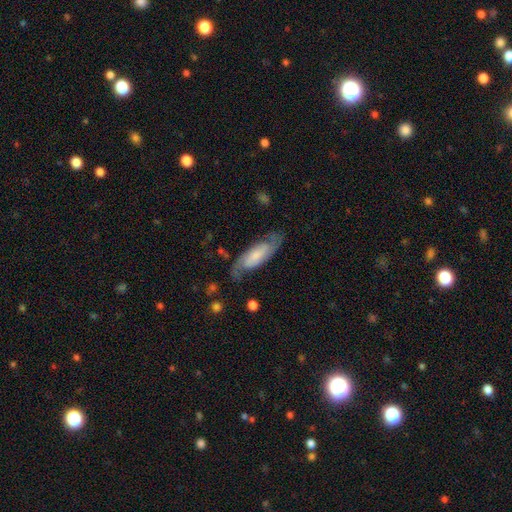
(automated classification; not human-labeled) Smooth or featured? Predicted: featured or disk (p=0.69). Edge-on disk? Predicted: no (p=0.87). Bar? Predicted: no (p=0.51). Spiral arms? Predicted: yes (p=0.93). Spiral winding? Predicted: medium (p=0.46). Spiral arm count? Predicted: 2 (p=0.86). Bulge size? Predicted: small (p=0.39). Merging? Predicted: none (p=0.73).